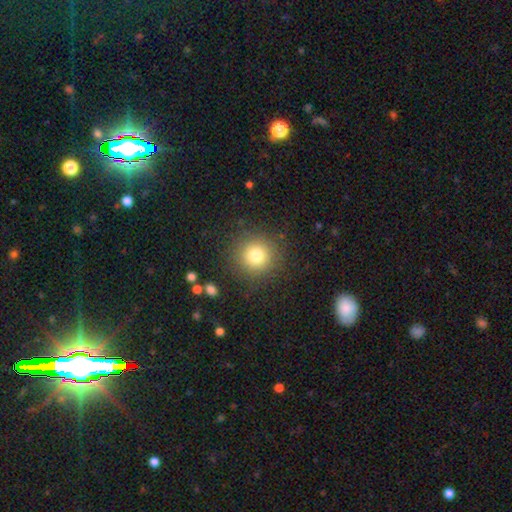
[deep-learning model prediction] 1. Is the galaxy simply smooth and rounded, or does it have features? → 78% smooth, 13% star or artifact, 9% featured or disk.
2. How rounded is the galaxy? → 94% round, 5% in between, 1% cigar-shaped.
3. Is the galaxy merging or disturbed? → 88% none, 8% minor disturbance, 3% major disturbance, 2% merger.